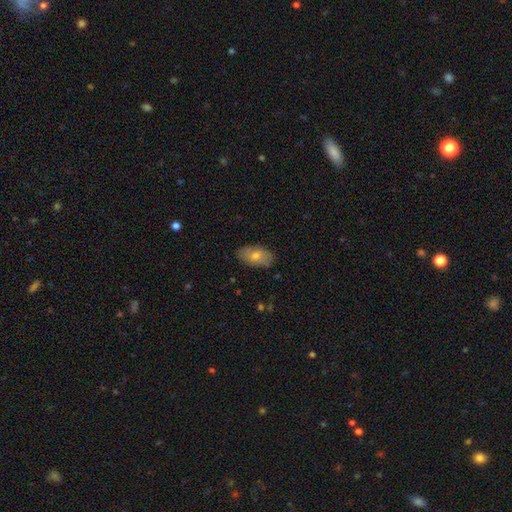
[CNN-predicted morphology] A smooth galaxy with no disk features (65%) that is in between round and cigar-shaped (92%). Merging: none (82%).